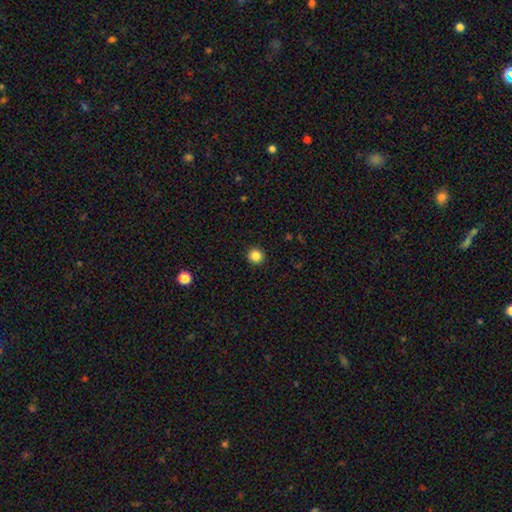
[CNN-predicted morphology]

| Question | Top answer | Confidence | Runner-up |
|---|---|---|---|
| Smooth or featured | smooth | 84% | star or artifact (11%) |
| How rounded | round | 94% | in between (5%) |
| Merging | none | 93% | minor disturbance (4%) |